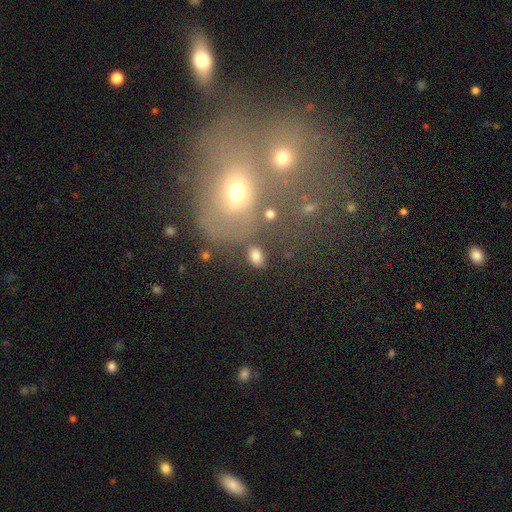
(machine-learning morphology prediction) type=smooth (80%); roundness=in between (83%); merging=none (76%).